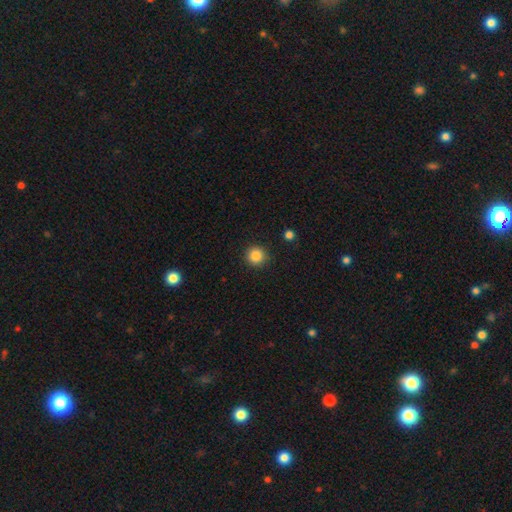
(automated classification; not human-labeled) This appears to be a smooth galaxy with no disk features (86%) that is round (94%). Merging: none (91%).